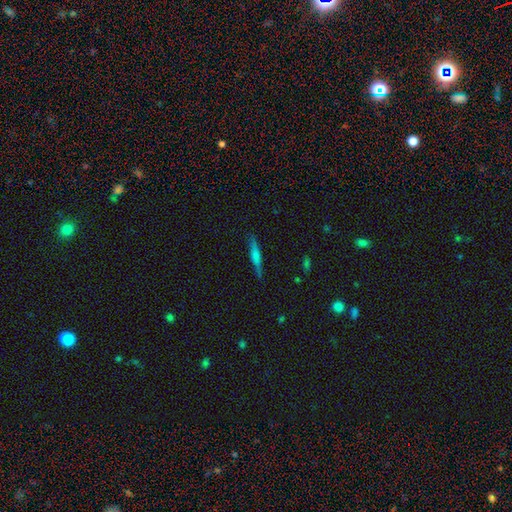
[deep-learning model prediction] featured or disk 49%, smooth 44%, star or artifact 7%. Down the decision tree: merging — none (87%).